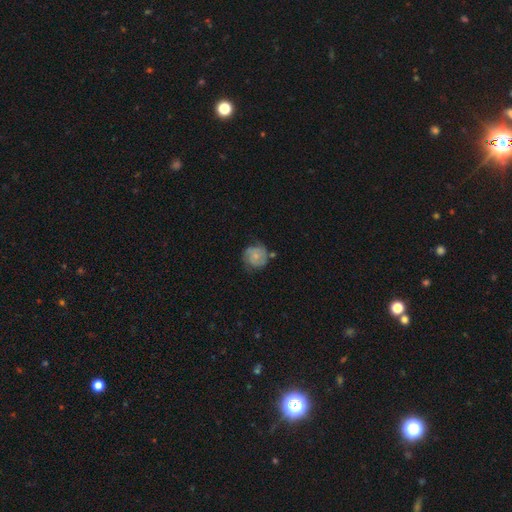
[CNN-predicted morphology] Smooth or featured: featured or disk — 64% (smooth — 29%)
Edge-on disk: no — 98% (yes — 2%)
Bar: no — 73% (weak — 24%)
Spiral arms: yes — 90% (no — 10%)
Spiral winding: tight — 56% (medium — 34%)
Spiral arm count: 2 — 44% (can't tell — 24%)
Bulge size: small — 63% (moderate — 24%)
Merging: none — 64% (minor disturbance — 23%)